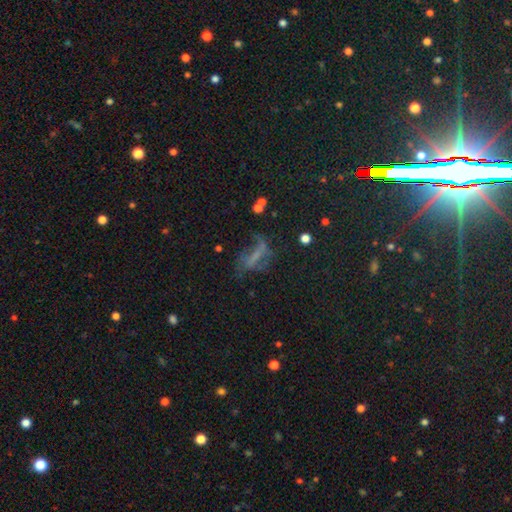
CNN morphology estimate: This appears to be a featured or disk galaxy (36%). Merging: major disturbance (38%).